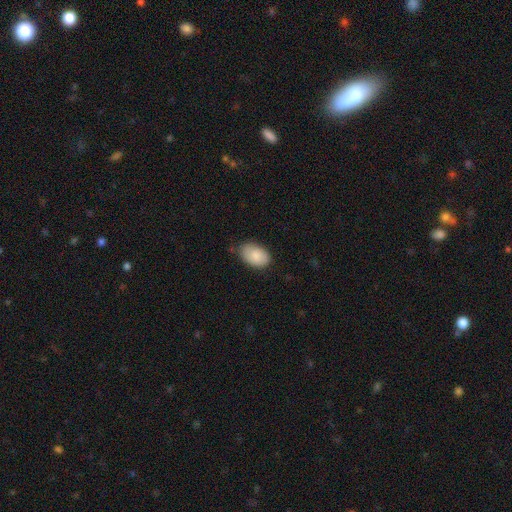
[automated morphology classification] smooth-or-featured: smooth: 86% | featured or disk: 8% | star or artifact: 6%
  how-rounded: in between: 90% | round: 9% | cigar-shaped: 1%
  merging: none: 72% | minor disturbance: 23% | major disturbance: 4% | merger: 2%